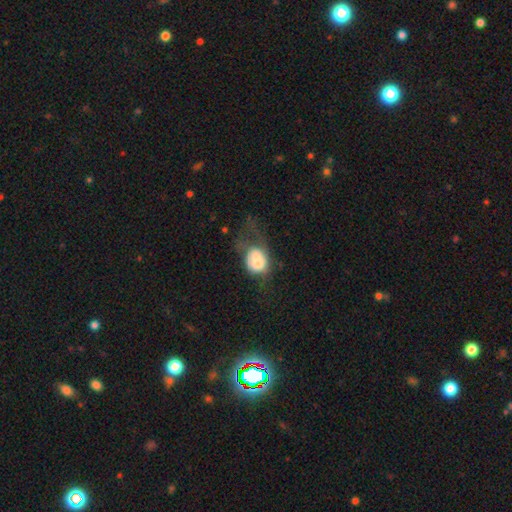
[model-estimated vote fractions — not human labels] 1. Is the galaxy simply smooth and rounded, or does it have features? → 66% smooth, 25% featured or disk, 9% star or artifact.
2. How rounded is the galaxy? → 51% in between, 48% round, 1% cigar-shaped.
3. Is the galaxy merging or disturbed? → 42% major disturbance, 24% none, 24% minor disturbance, 10% merger.